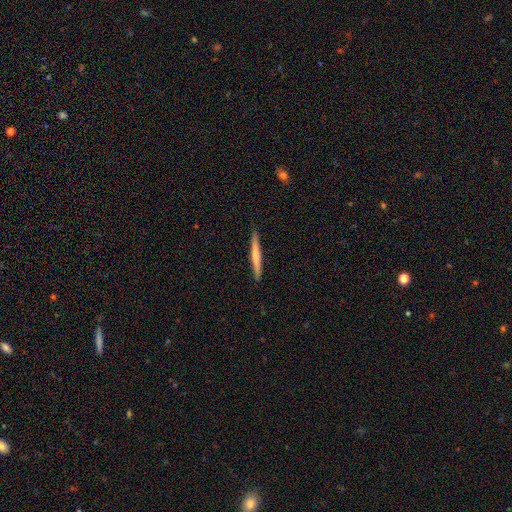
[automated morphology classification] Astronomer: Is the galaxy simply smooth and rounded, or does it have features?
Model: smooth — 56% (runner-up: featured or disk, 38%).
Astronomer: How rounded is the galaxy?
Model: cigar-shaped — 96%.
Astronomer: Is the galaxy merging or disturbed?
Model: none — 90%.